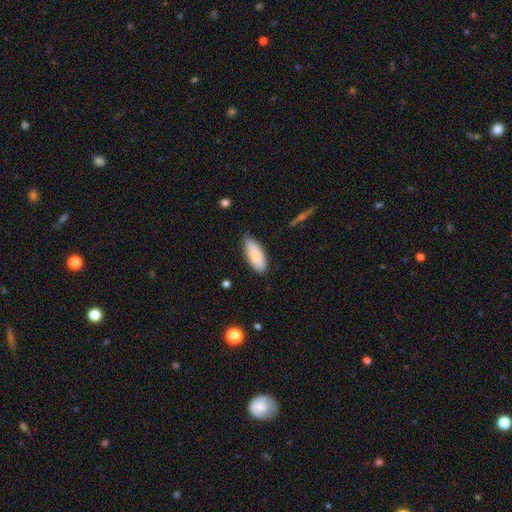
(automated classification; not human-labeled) Morphology: type=smooth (78%); roundness=in between (80%); merging=none (76%).